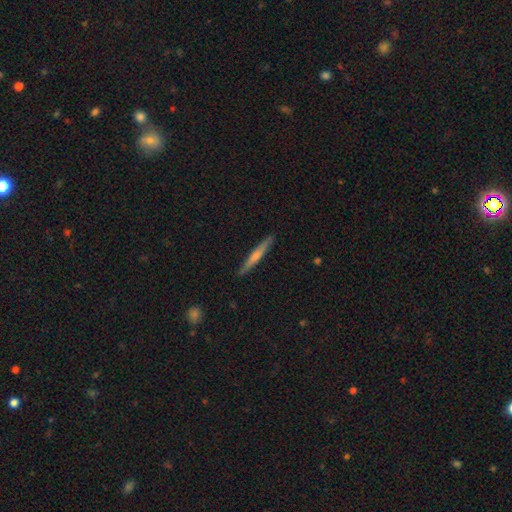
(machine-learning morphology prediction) Q: Smooth or featured?
A: featured or disk (51%); runner-up: smooth (43%)
Q: Edge-on disk?
A: yes (96%); runner-up: no (4%)
Q: Merging?
A: none (90%); runner-up: minor disturbance (7%)